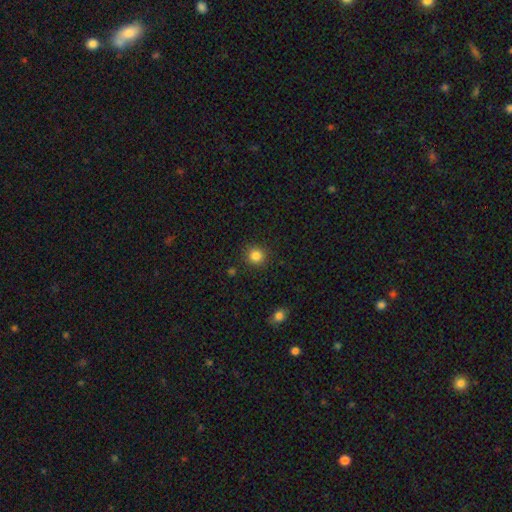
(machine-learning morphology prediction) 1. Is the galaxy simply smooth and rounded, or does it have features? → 84% smooth, 12% star or artifact, 4% featured or disk.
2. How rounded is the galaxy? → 92% round, 7% in between, 1% cigar-shaped.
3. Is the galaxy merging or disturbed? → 90% none, 7% minor disturbance, 2% major disturbance, 2% merger.